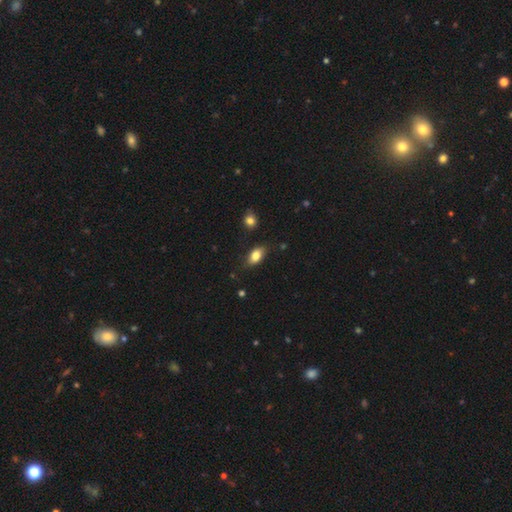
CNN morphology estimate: Smooth or featured?
  - smooth: 81% *
  - featured or disk: 11%
  - star or artifact: 8%
How rounded?
  - in between: 87% *
  - round: 8%
  - cigar-shaped: 4%
Merging?
  - none: 80% *
  - minor disturbance: 15%
  - major disturbance: 3%
  - merger: 2%